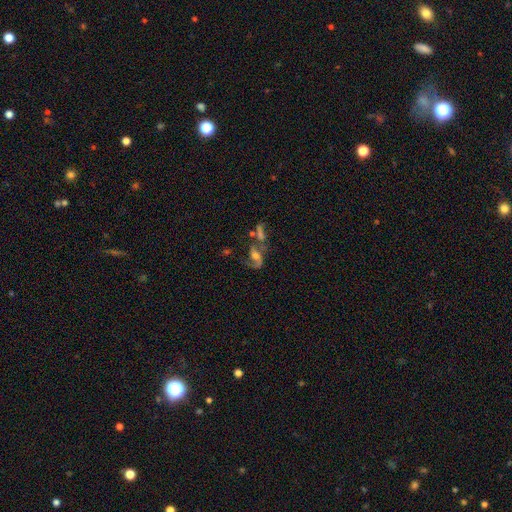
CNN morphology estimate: This is likely a featured or disk galaxy (69%). It is clearly not viewed edge-on (96%). Bar: possibly no (52%). Spiral arm pattern: clearly yes (86%). Spiral arm count: likely 2 (66%). Spiral winding: possibly loose (55%). Central bulge: marginally moderate (43%). Merging: marginally merger (35%).